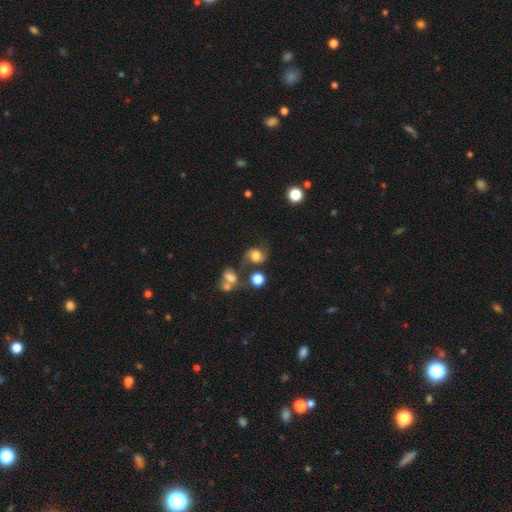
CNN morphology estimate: This appears to be a featured or disk galaxy (53%) with no bar (61%), spiral arms (88%) and a moderate central bulge (42%). Merging: none (59%).